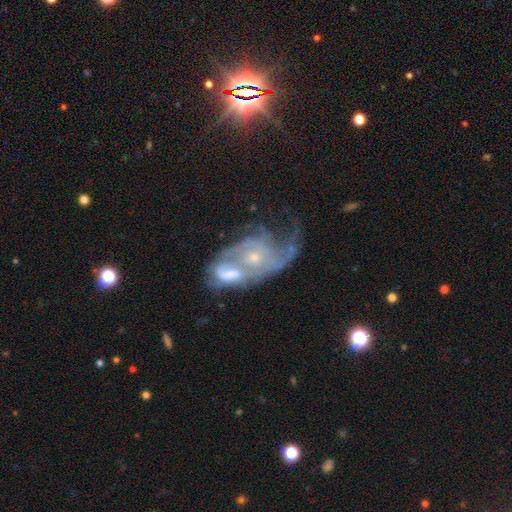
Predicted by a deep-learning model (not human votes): smooth-or-featured: featured or disk: 76% | smooth: 16% | star or artifact: 8%
  disk-edge-on: no: 96% | yes: 4%
    bar: no: 75% | weak: 20% | strong: 5%
    has-spiral-arms: yes: 77% | no: 23%
      spiral-winding: medium: 35% | loose: 33% | tight: 32%
      spiral-arm-count: can't tell: 37% | 2: 30% | 1: 17% | 3: 9% | 4: 4% | more than 4: 3%
    bulge-size: small: 59% | moderate: 31% | none: 5% | large: 3% | dominant: 1%
  merging: merger: 57% | major disturbance: 21% | none: 13% | minor disturbance: 9%